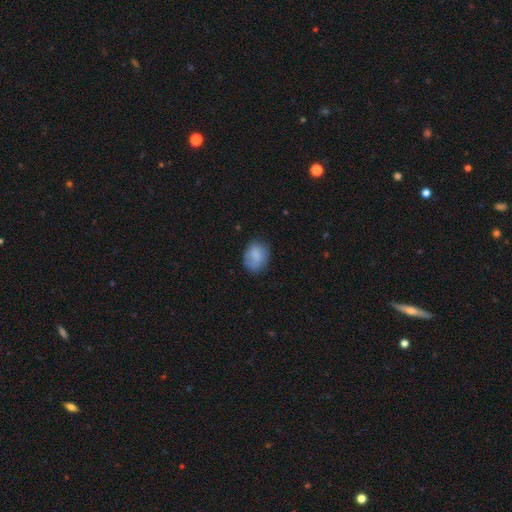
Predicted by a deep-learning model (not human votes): smooth-or-featured: smooth: 80% | featured or disk: 13% | star or artifact: 8%
  how-rounded: in between: 60% | round: 38% | cigar-shaped: 1%
  merging: none: 67% | minor disturbance: 24% | major disturbance: 7% | merger: 2%